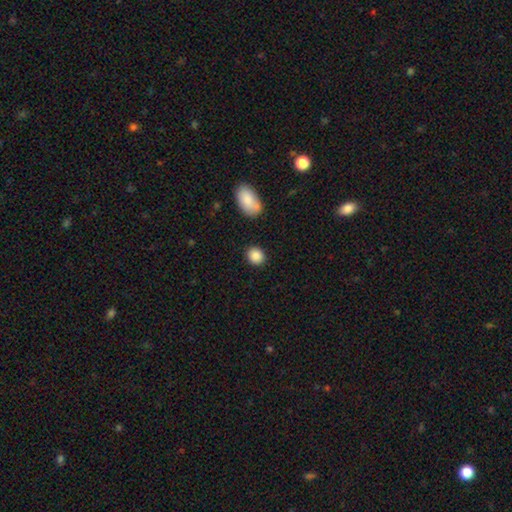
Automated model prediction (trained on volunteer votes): Smooth or featured?
  - smooth: 89% *
  - star or artifact: 8%
  - featured or disk: 4%
How rounded?
  - round: 65% *
  - in between: 34%
  - cigar-shaped: 1%
Merging?
  - none: 87% *
  - minor disturbance: 8%
  - major disturbance: 3%
  - merger: 2%